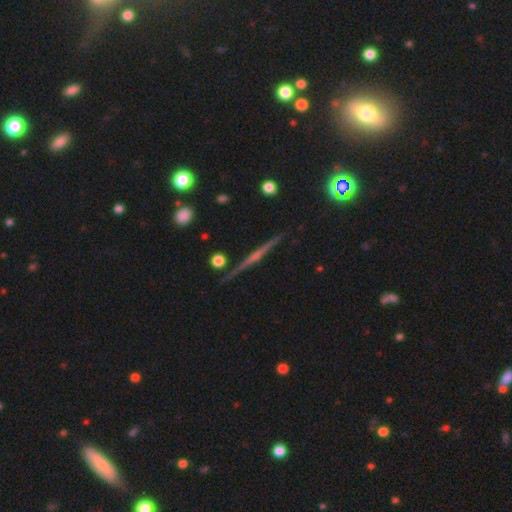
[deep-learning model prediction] Smooth or featured?
  - featured or disk: 74% *
  - smooth: 18%
  - star or artifact: 9%
Edge-on disk?
  - yes: 98% *
  - no: 2%
Edge-on bulge?
  - rounded: 45% *
  - none: 42%
  - boxy: 13%
Merging?
  - none: 90% *
  - minor disturbance: 7%
  - major disturbance: 2%
  - merger: 2%